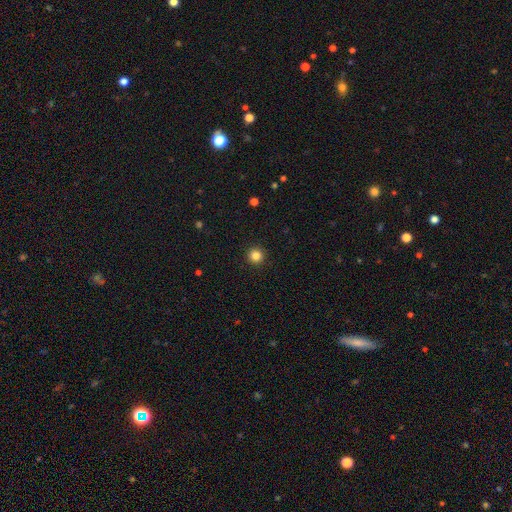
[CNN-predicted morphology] Q: Smooth or featured?
A: smooth (84%); runner-up: star or artifact (12%)
Q: How rounded?
A: round (96%); runner-up: in between (3%)
Q: Merging?
A: none (93%); runner-up: minor disturbance (4%)